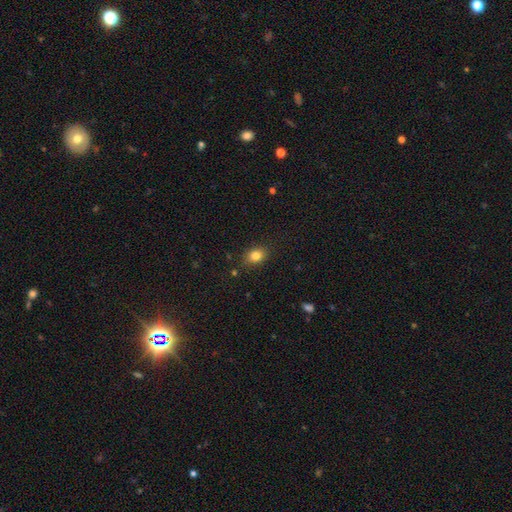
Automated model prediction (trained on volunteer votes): smooth-or-featured: smooth: 82% | star or artifact: 11% | featured or disk: 7%
  how-rounded: in between: 67% | round: 32% | cigar-shaped: 1%
  merging: none: 84% | minor disturbance: 12% | major disturbance: 3% | merger: 2%